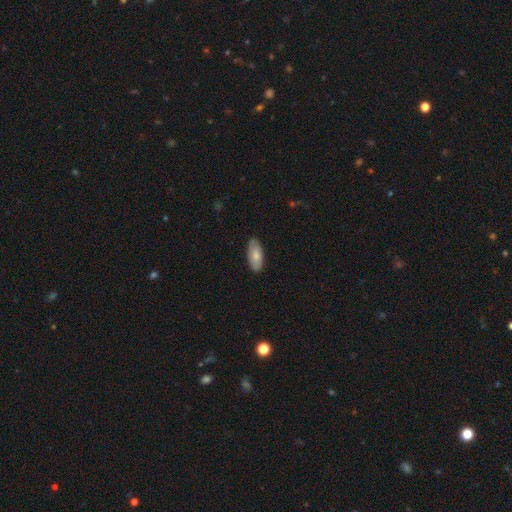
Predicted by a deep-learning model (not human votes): smooth_or_featured: smooth (p=0.78) [alt: featured or disk p=0.16]
how_rounded: in between (p=0.88) [alt: cigar-shaped p=0.11]
merging: none (p=0.85) [alt: minor disturbance p=0.12]